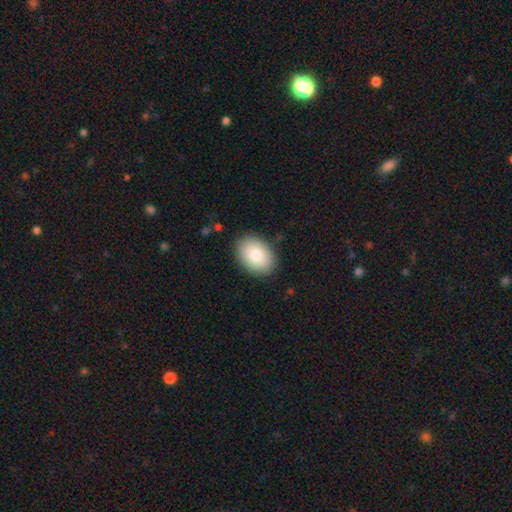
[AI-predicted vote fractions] This is clearly a smooth galaxy (84%). How rounded: clearly in between (83%). Merging: clearly none (87%).